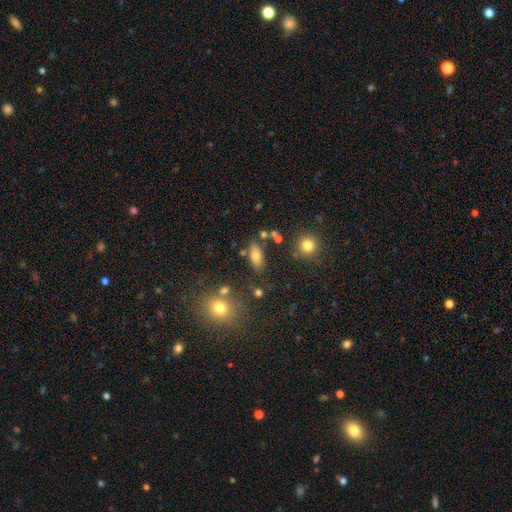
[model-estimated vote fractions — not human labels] smooth_or_featured: smooth (p=0.74) [alt: featured or disk p=0.14]
how_rounded: in between (p=0.86) [alt: cigar-shaped p=0.08]
merging: none (p=0.77) [alt: minor disturbance p=0.12]